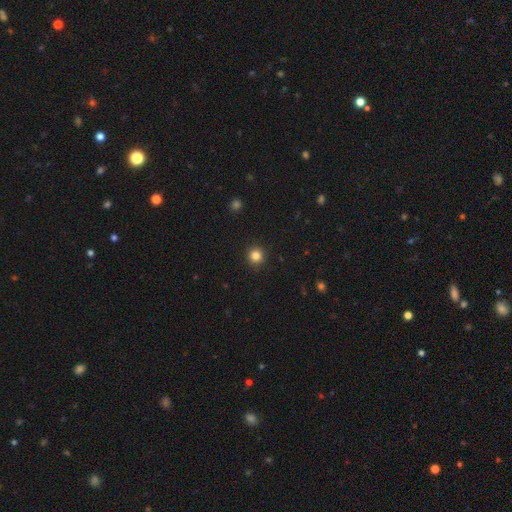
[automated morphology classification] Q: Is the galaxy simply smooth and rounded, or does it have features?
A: smooth — 83%.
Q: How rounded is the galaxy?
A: round — 95%.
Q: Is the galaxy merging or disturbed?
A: none — 92%.